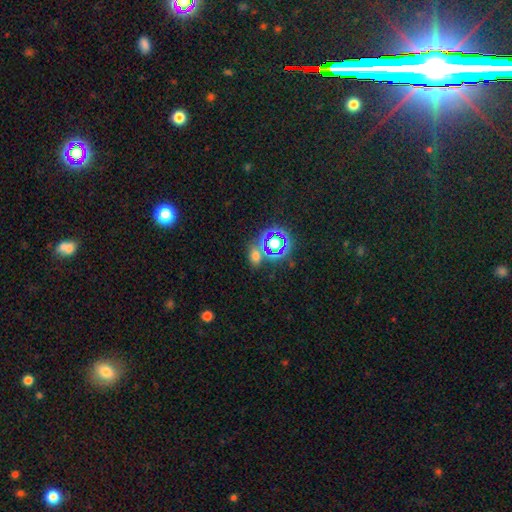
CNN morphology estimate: smooth 52%, star or artifact 40%, featured or disk 8%. Down the decision tree: how rounded — in between (62%); merging — none (68%).